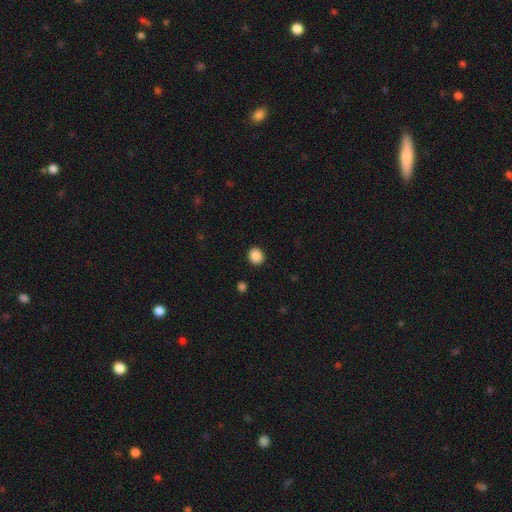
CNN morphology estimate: smooth 88%, star or artifact 9%, featured or disk 2%. Down the decision tree: how rounded — round (83%); merging — none (91%).